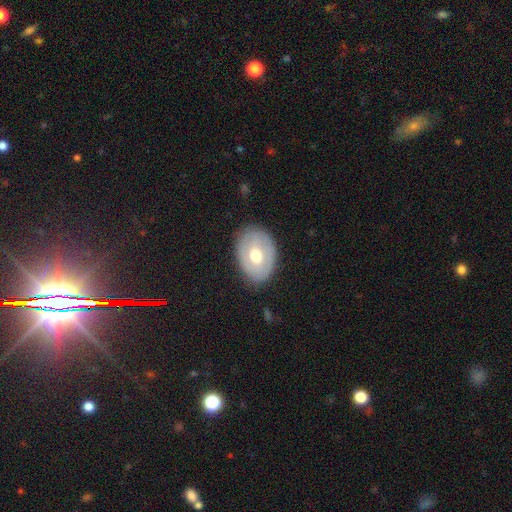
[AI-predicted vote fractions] A featured or disk galaxy (50%).

Vote fractions:
- Smooth or featured? featured or disk: 50% / smooth: 44% / star or artifact: 6%
- Edge-on disk? no: 92% / yes: 8%
- Merging? none: 81% / minor disturbance: 14% / major disturbance: 4% / merger: 1%